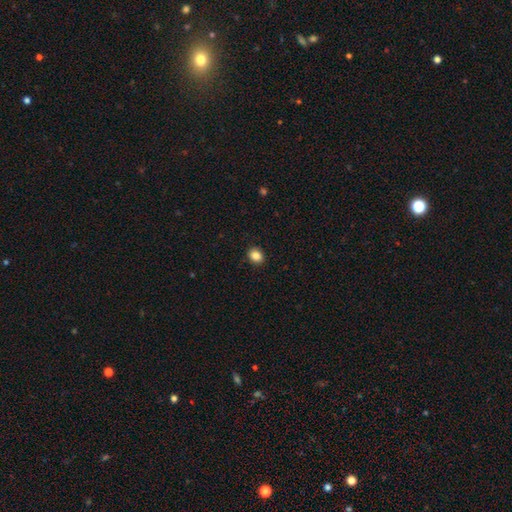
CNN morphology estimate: This is clearly a smooth galaxy (87%). How rounded: possibly round (55%). Merging: clearly none (90%).